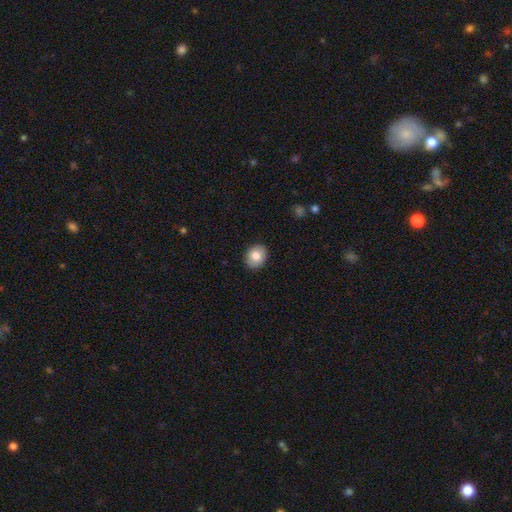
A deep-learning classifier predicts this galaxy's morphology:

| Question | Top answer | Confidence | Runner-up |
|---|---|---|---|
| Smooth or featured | smooth | 82% | featured or disk (11%) |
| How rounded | round | 50% | in between (49%) |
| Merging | none | 90% | minor disturbance (7%) |